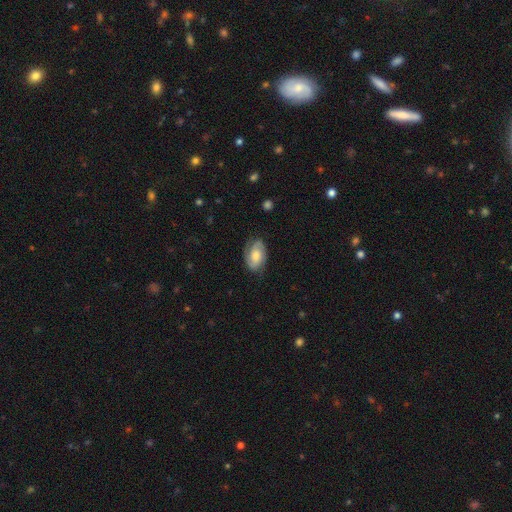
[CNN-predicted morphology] A featured or disk galaxy (57%) with no bar (64%), spiral arms (88%) and a moderate central bulge (50%). Merging: none (73%).